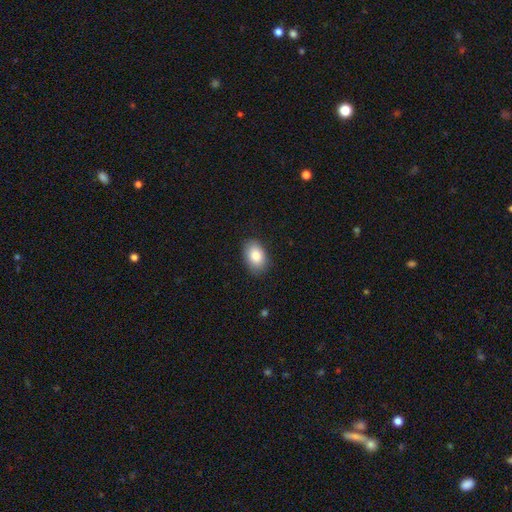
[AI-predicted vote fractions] This is clearly a smooth galaxy (85%). How rounded: clearly in between (86%). Merging: clearly none (86%).